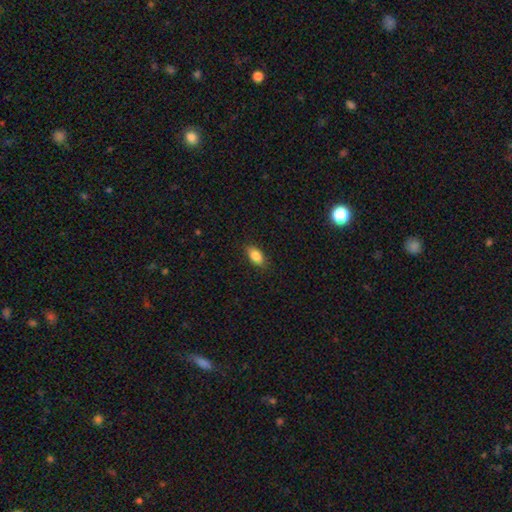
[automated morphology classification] Overall: smooth (86%). How rounded: in between (90%). Merging: none (86%).